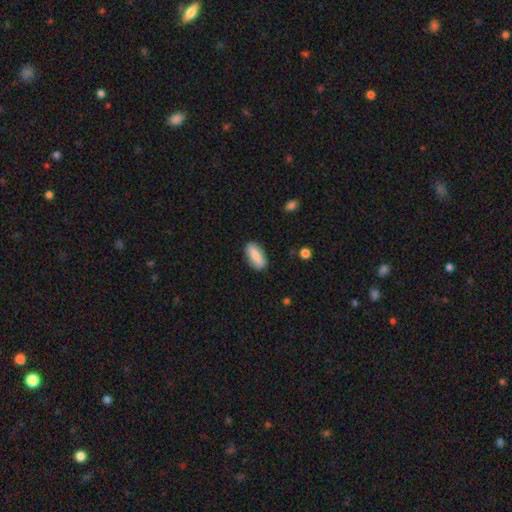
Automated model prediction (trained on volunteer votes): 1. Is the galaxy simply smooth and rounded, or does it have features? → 81% smooth, 13% featured or disk, 6% star or artifact.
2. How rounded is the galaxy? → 78% in between, 19% cigar-shaped, 2% round.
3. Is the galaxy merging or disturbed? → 86% none, 10% minor disturbance, 2% major disturbance, 1% merger.